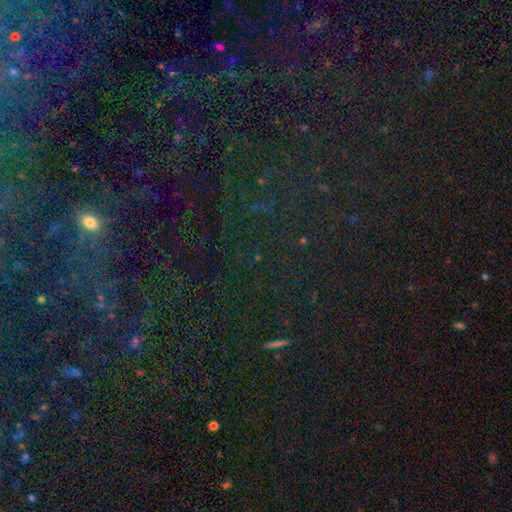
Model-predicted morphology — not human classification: A star or artifact, not a galaxy (81%).

Vote fractions:
- Smooth or featured? star or artifact: 81% / smooth: 11% / featured or disk: 8%